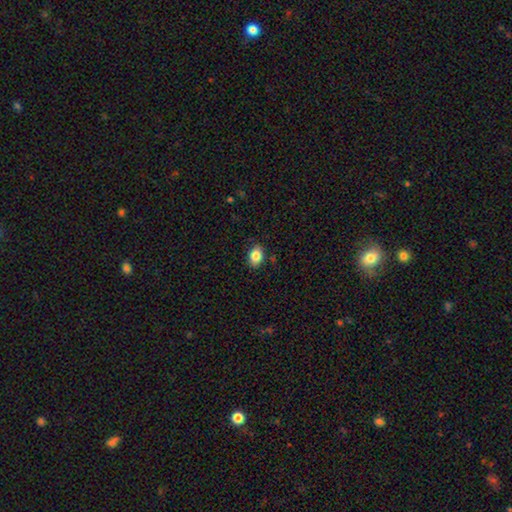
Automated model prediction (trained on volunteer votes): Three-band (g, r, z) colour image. It shows a smooth galaxy with no disk features (85%) that is in between round and cigar-shaped (73%). Merging: none (85%).